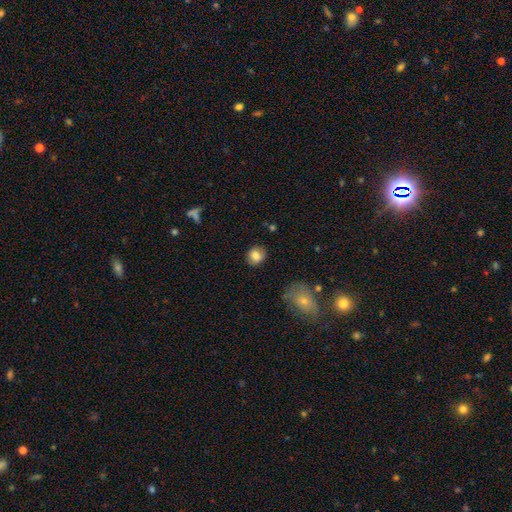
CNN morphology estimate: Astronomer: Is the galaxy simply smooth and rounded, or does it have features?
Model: smooth — 80%.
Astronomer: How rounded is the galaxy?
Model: round — 70%.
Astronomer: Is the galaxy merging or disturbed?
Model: none — 84%.